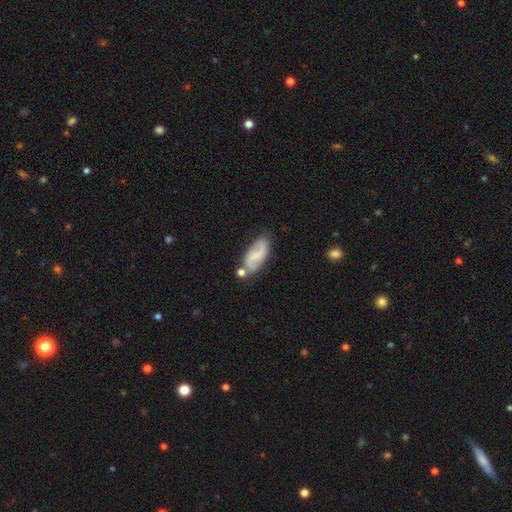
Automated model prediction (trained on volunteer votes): Overall: featured or disk (62%; smooth 31%). Edge-on disk: no (95%). Bar: weak (48%; no 36%). Spiral arms: yes (91%). Spiral arm count: 2 (88%). Spiral winding: loose (48%; medium 38%). Bulge size: small (46%; none 32%). Merging: none (66%).